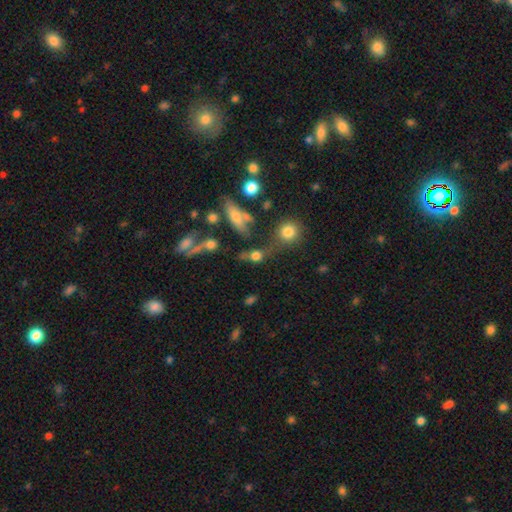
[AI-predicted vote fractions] Smooth or featured?
  - smooth: 64% *
  - featured or disk: 20%
  - star or artifact: 16%
How rounded?
  - round: 49% *
  - in between: 42%
  - cigar-shaped: 9%
Merging?
  - none: 40% *
  - merger: 27%
  - minor disturbance: 18%
  - major disturbance: 15%